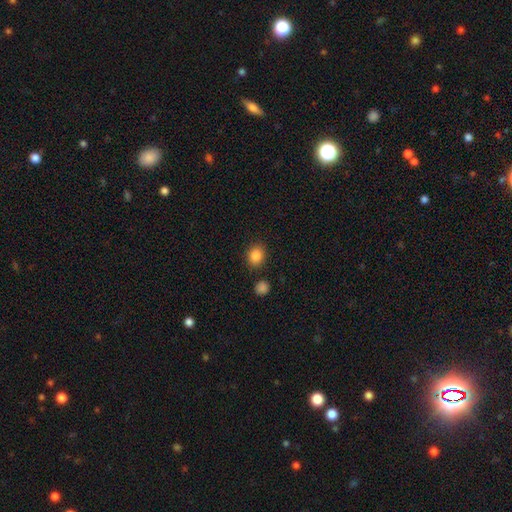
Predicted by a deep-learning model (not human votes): smooth_or_featured: smooth (p=0.86) [alt: star or artifact p=0.09]
how_rounded: round (p=0.62) [alt: in between p=0.37]
merging: none (p=0.85) [alt: minor disturbance p=0.09]